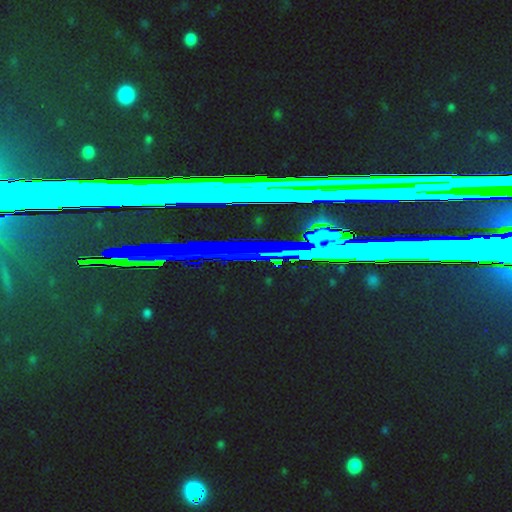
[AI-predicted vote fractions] This appears to be a star or artifact, not a galaxy (84%).